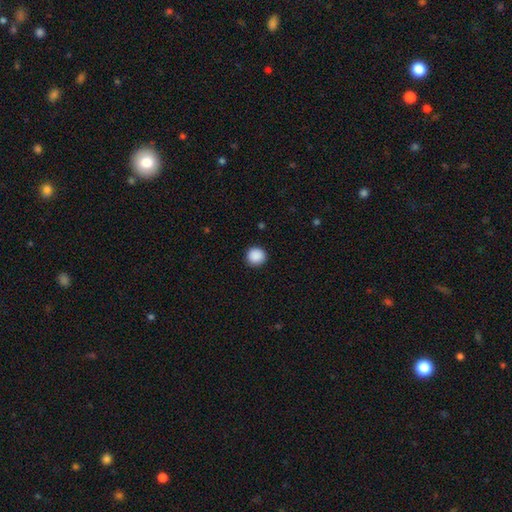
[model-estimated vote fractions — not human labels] Overall: smooth (89%). How rounded: round (94%). Merging: none (92%).